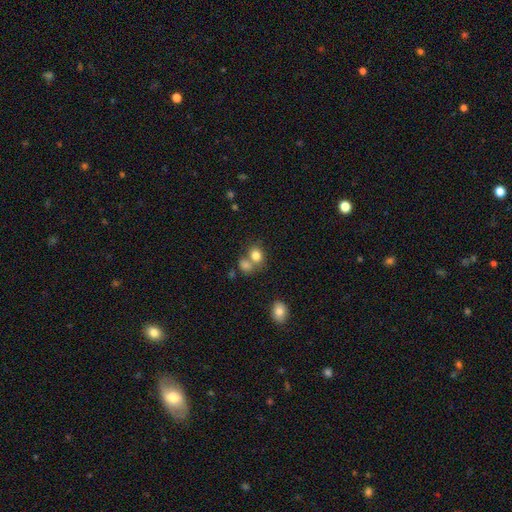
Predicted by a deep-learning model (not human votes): A smooth galaxy with no disk features (81%) that is in between round and cigar-shaped (51%). Merging: none (44%).